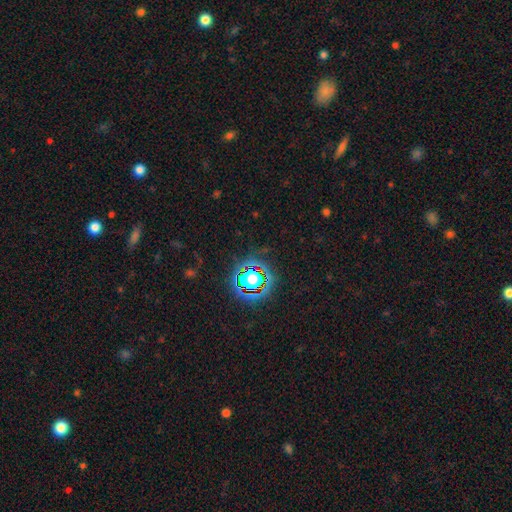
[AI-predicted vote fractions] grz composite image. It shows a star or artifact, not a galaxy (79%).